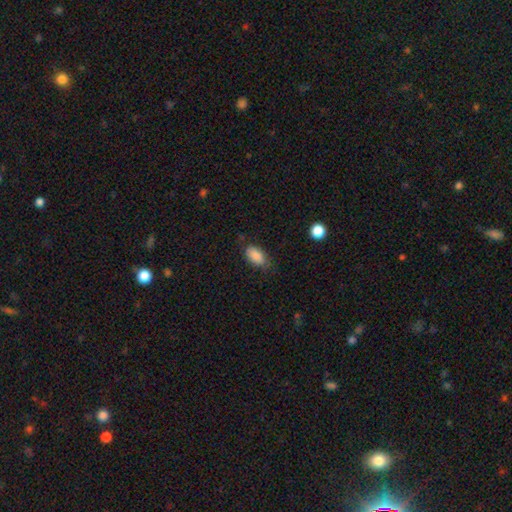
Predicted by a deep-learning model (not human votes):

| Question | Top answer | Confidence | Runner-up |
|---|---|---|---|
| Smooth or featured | smooth | 87% | star or artifact (7%) |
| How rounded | in between | 93% | round (5%) |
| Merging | none | 74% | minor disturbance (20%) |